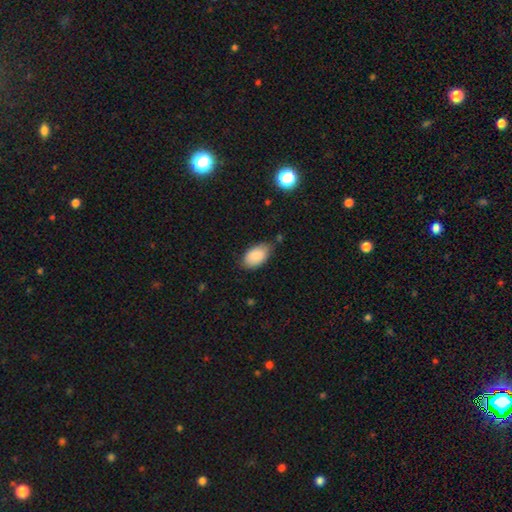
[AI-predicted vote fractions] smooth 89%, star or artifact 7%, featured or disk 5%. Down the decision tree: how rounded — in between (94%); merging — none (70%).